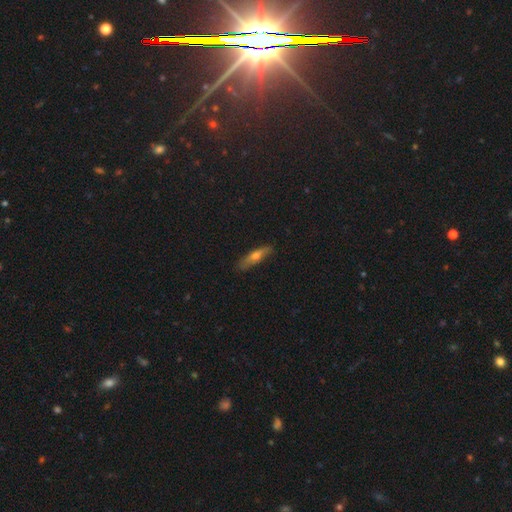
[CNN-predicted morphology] smooth_or_featured: smooth (p=0.54) [alt: featured or disk p=0.39]
how_rounded: cigar-shaped (p=0.72) [alt: in between p=0.26]
merging: none (p=0.83) [alt: minor disturbance p=0.14]